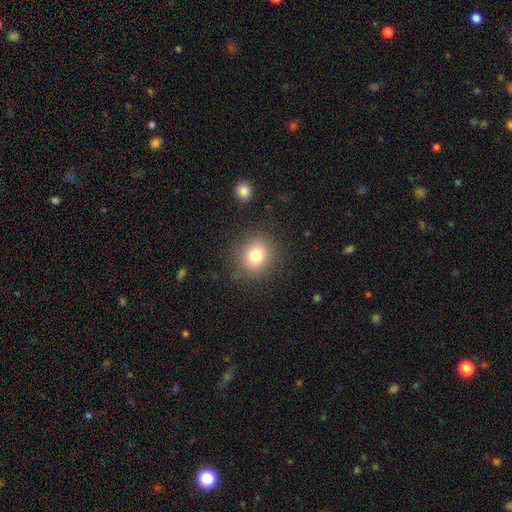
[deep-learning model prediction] Q: Smooth or featured?
A: smooth (78%); runner-up: star or artifact (13%)
Q: How rounded?
A: round (84%); runner-up: in between (15%)
Q: Merging?
A: none (86%); runner-up: minor disturbance (8%)